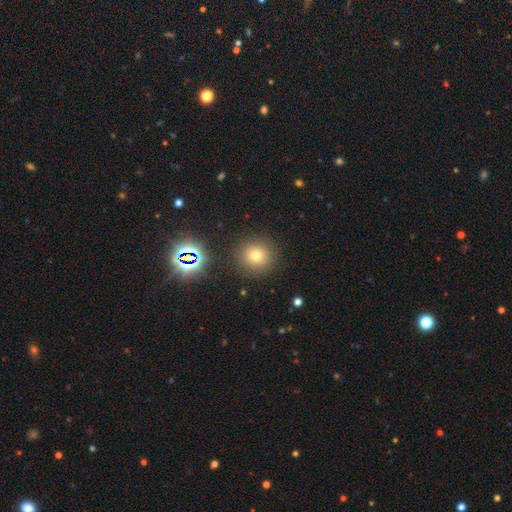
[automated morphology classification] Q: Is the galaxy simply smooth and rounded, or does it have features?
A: smooth — 69%.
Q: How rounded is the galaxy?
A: round — 92%.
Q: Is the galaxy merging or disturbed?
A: none — 88%.